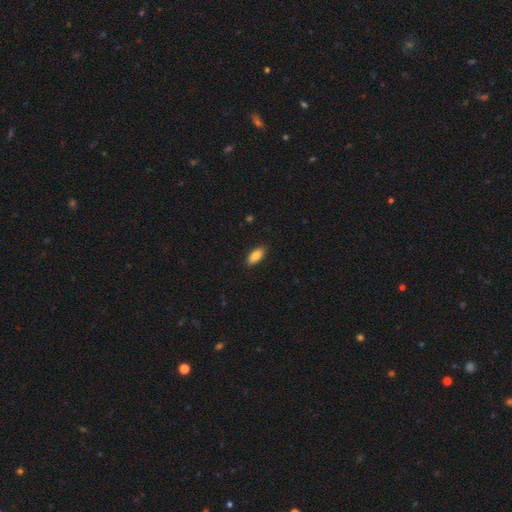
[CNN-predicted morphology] The model was most divided on "how rounded": in between: 86%, cigar-shaped: 12%, round: 2%. More confident: merging — none (88%); smooth or featured — smooth (85%).